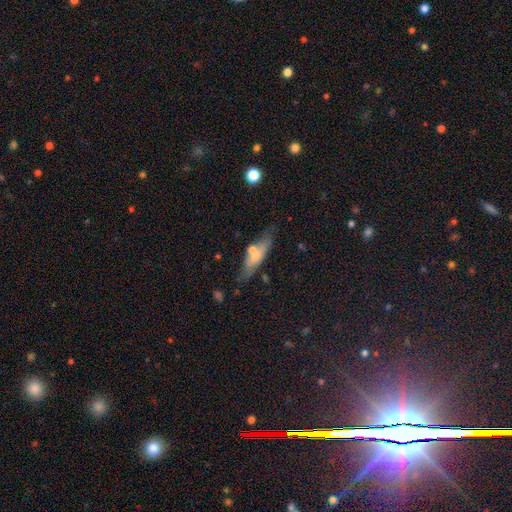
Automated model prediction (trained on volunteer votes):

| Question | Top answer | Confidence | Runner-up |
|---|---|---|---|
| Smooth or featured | smooth | 52% | featured or disk (40%) |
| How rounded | cigar-shaped | 62% | in between (36%) |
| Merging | none | 68% | minor disturbance (18%) |